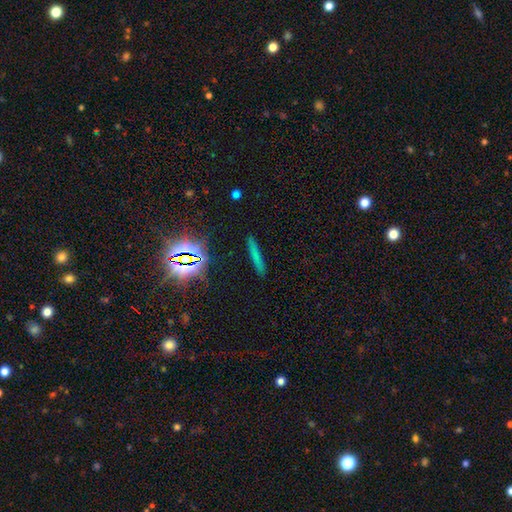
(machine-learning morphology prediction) smooth-or-featured: smooth: 56% | star or artifact: 25% | featured or disk: 19%
  how-rounded: cigar-shaped: 91% | in between: 6% | round: 3%
  merging: none: 87% | minor disturbance: 9% | major disturbance: 2% | merger: 2%